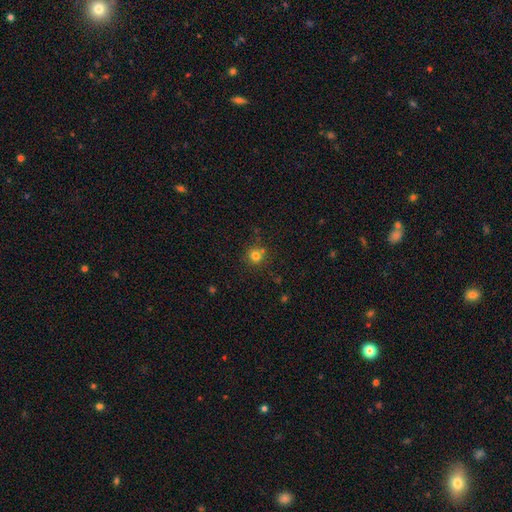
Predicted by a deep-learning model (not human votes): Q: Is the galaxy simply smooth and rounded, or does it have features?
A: smooth — 78%.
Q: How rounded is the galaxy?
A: round — 92%.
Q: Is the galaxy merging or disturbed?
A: none — 74%.